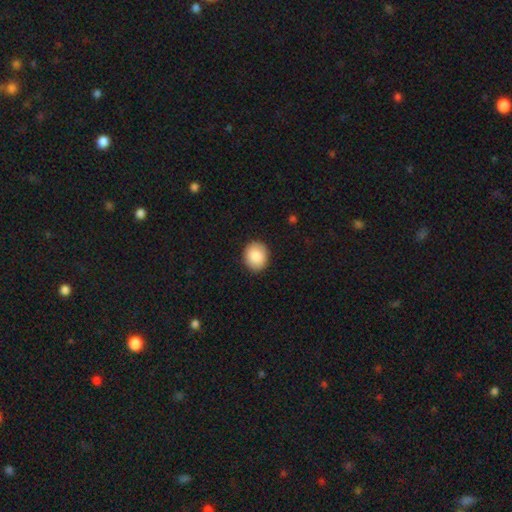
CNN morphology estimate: Smooth or featured?
  - smooth: 88% *
  - star or artifact: 7%
  - featured or disk: 5%
How rounded?
  - round: 62% *
  - in between: 37%
  - cigar-shaped: 1%
Merging?
  - none: 88% *
  - minor disturbance: 9%
  - major disturbance: 2%
  - merger: 1%